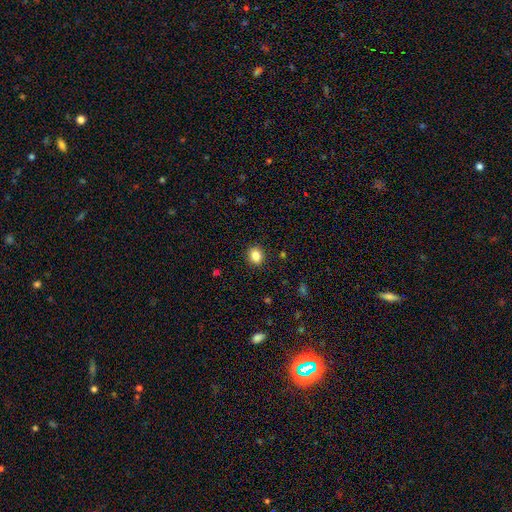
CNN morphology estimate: Q: Smooth or featured?
A: smooth (84%); runner-up: star or artifact (11%)
Q: How rounded?
A: round (70%); runner-up: in between (29%)
Q: Merging?
A: none (91%); runner-up: minor disturbance (6%)